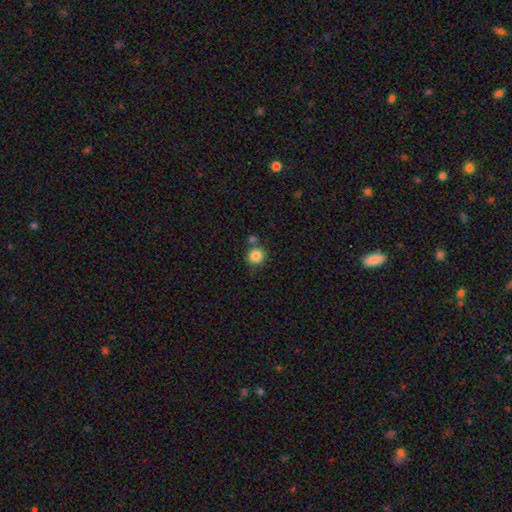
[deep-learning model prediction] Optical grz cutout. It shows a smooth galaxy with no disk features (85%) that is round (91%). Merging: none (70%).